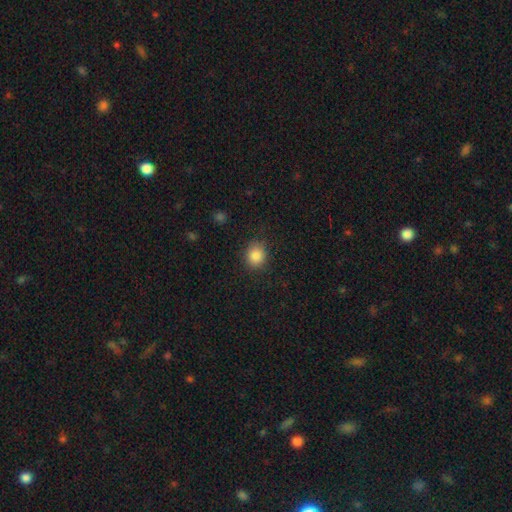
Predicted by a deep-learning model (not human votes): smooth-or-featured: smooth: 86% | star or artifact: 10% | featured or disk: 4%
  how-rounded: round: 79% | in between: 20% | cigar-shaped: 1%
  merging: none: 86% | minor disturbance: 10% | major disturbance: 3% | merger: 1%